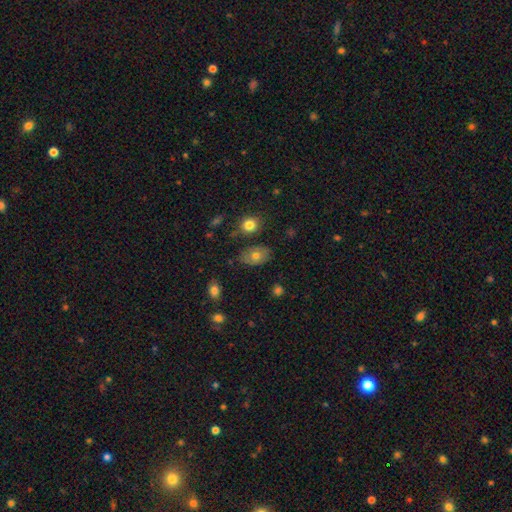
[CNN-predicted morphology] This is likely a smooth galaxy (69%). How rounded: clearly in between (84%). Merging: likely none (75%).